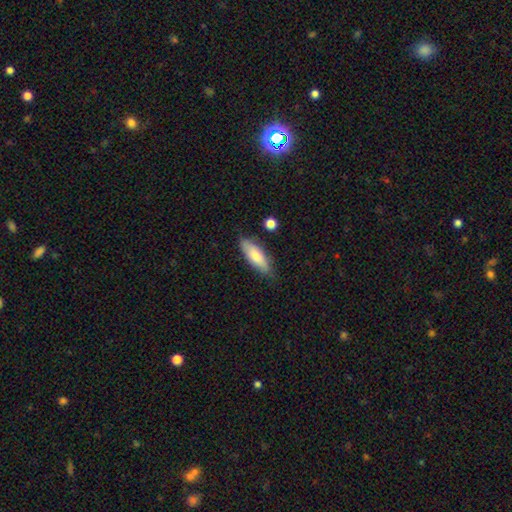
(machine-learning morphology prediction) This appears to be a smooth galaxy with no disk features (73%) that is in between round and cigar-shaped (58%). Merging: none (76%).